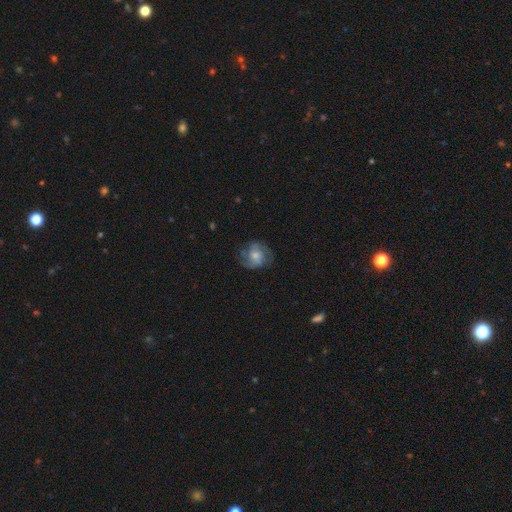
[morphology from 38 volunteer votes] featured or disk 82%, smooth 18%, star or artifact 0%. Down the decision tree: edge-on disk — no (100%); bar — no (65%); spiral arms — yes (90%); spiral arm count — 2 (50%); spiral winding — tight (43%); bulge size — moderate (45%); merging — none (58%).